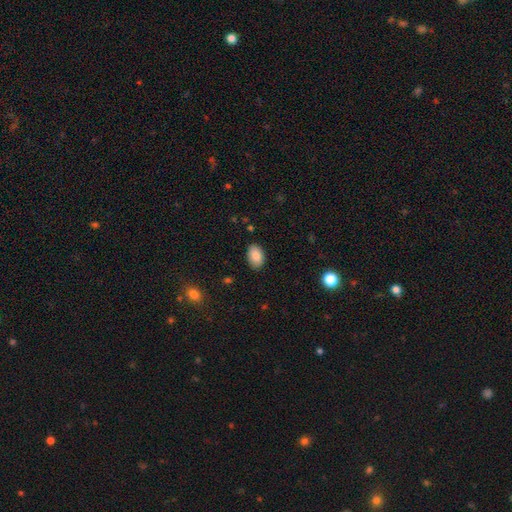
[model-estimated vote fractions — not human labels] Smooth or featured? smooth (86%)
How rounded? in between (90%)
Merging? none (87%)